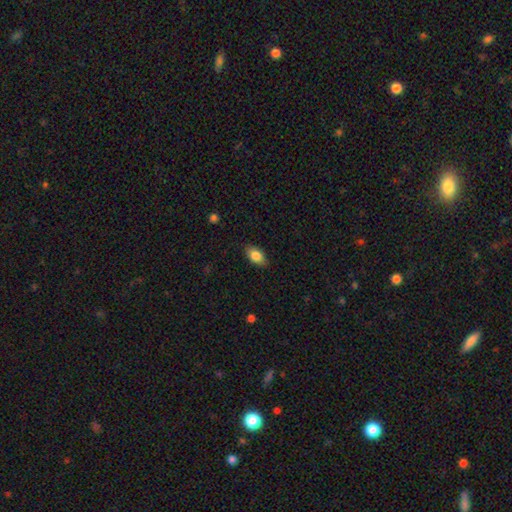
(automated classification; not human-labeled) Smooth or featured?
  - smooth: 84% *
  - featured or disk: 8%
  - star or artifact: 7%
How rounded?
  - in between: 91% *
  - round: 7%
  - cigar-shaped: 2%
Merging?
  - none: 86% *
  - minor disturbance: 11%
  - major disturbance: 2%
  - merger: 1%